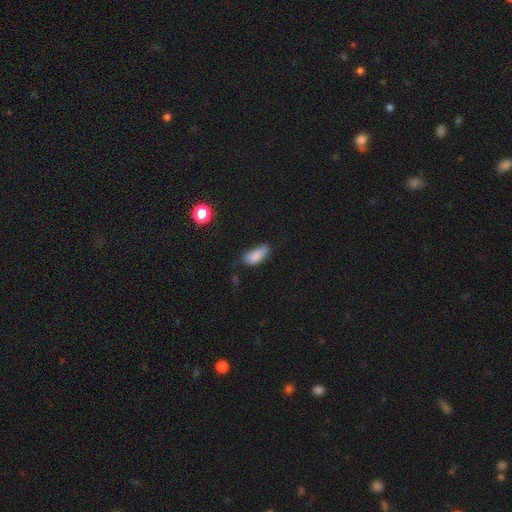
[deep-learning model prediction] This is clearly a smooth galaxy (83%). How rounded: clearly in between (87%). Merging: marginally none (44%).